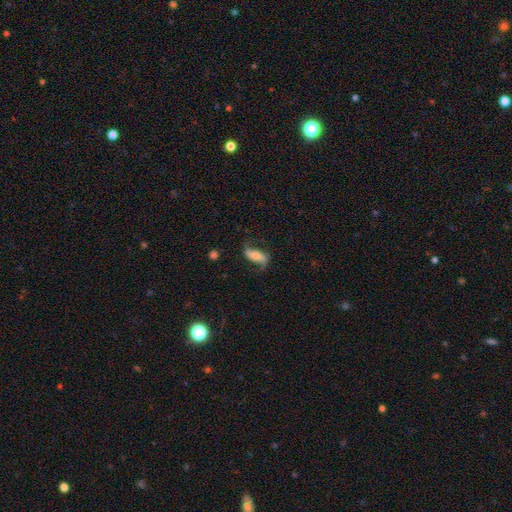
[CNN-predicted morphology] type=featured or disk (62%); edge-on=no (90%); bar=no (37%); spiral arms=yes (89%); bulge=moderate (45%); merging=none (68%).